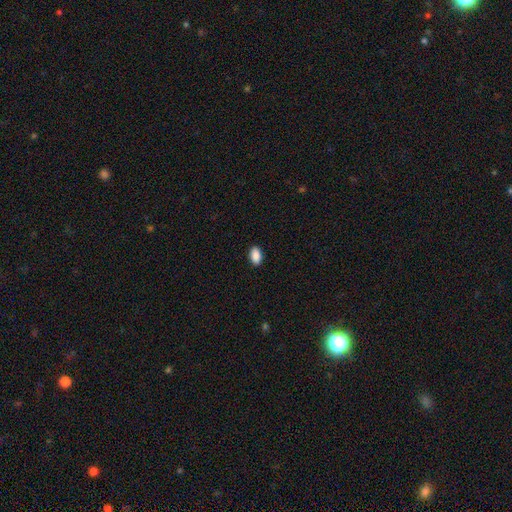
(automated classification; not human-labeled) smooth_or_featured: smooth (p=0.90) [alt: star or artifact p=0.07]
how_rounded: in between (p=0.93) [alt: round p=0.05]
merging: none (p=0.90) [alt: minor disturbance p=0.08]